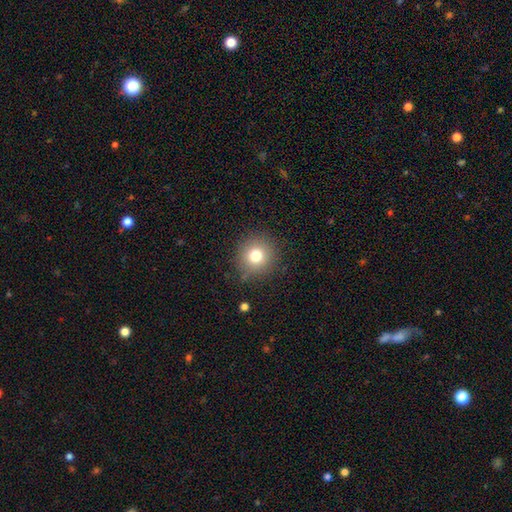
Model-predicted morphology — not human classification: The model was most divided on "smooth or featured": smooth: 77%, star or artifact: 13%, featured or disk: 10%. More confident: how rounded — round (93%); merging — none (86%).